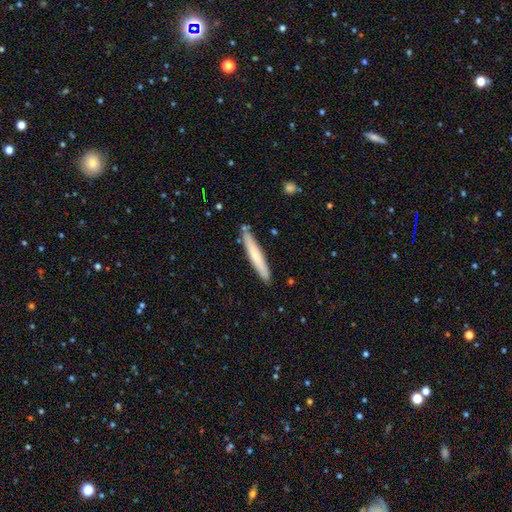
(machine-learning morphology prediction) Overall: smooth (65%; featured or disk 30%). How rounded: cigar-shaped (94%). Merging: none (86%).